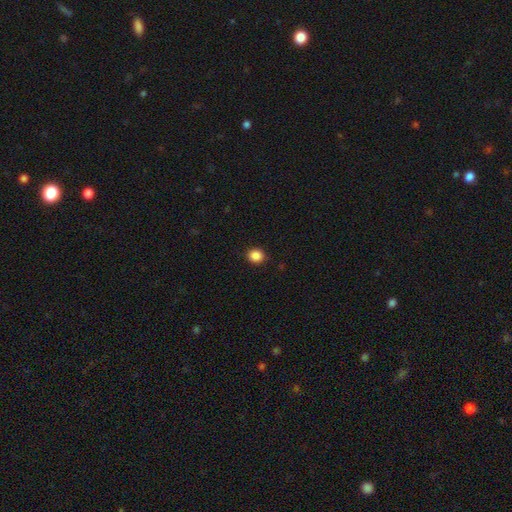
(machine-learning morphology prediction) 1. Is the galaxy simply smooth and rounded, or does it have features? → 87% smooth, 10% star or artifact, 3% featured or disk.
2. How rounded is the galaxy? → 82% round, 18% in between, 1% cigar-shaped.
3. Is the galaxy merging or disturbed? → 91% none, 6% minor disturbance, 2% major disturbance, 1% merger.